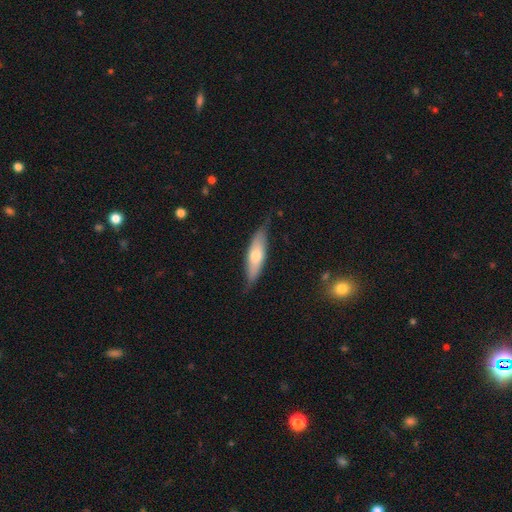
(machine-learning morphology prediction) The model was most divided on "how rounded": cigar-shaped: 53%, in between: 45%, round: 2%. More confident: merging — none (73%); smooth or featured — smooth (58%).